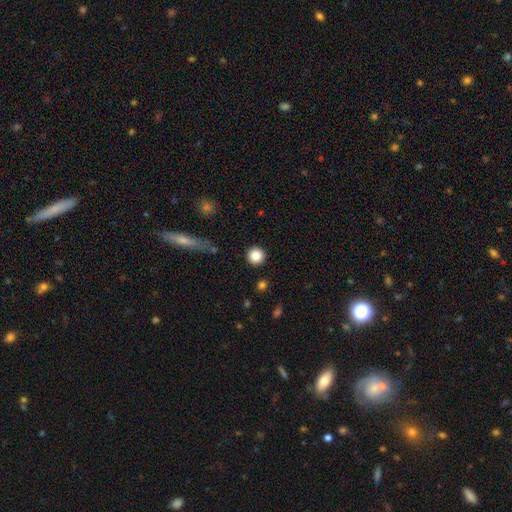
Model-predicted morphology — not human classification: This appears to be a smooth galaxy with no disk features (85%) that is round (95%). Merging: none (90%).